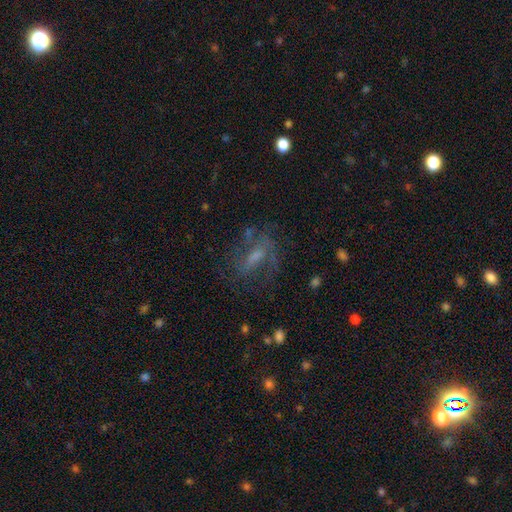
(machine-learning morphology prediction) Smooth or featured? Predicted: featured or disk (p=0.58). Edge-on disk? Predicted: no (p=0.91). Bar? Predicted: weak (p=0.45). Spiral arms? Predicted: yes (p=0.73). Bulge size? Predicted: small (p=0.34). Merging? Predicted: none (p=0.57).